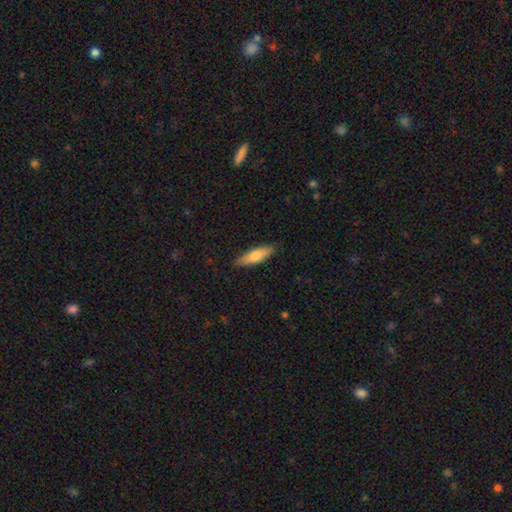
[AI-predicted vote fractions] This appears to be a smooth galaxy with no disk features (76%) that is cigar-shaped (57%). Merging: none (86%).